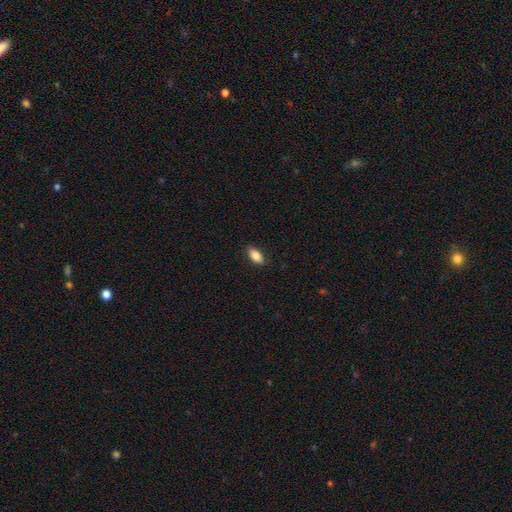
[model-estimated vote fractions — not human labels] Smooth or featured?
  - smooth: 85% *
  - featured or disk: 8%
  - star or artifact: 7%
How rounded?
  - in between: 90% *
  - cigar-shaped: 6%
  - round: 4%
Merging?
  - none: 85% *
  - minor disturbance: 12%
  - major disturbance: 2%
  - merger: 1%